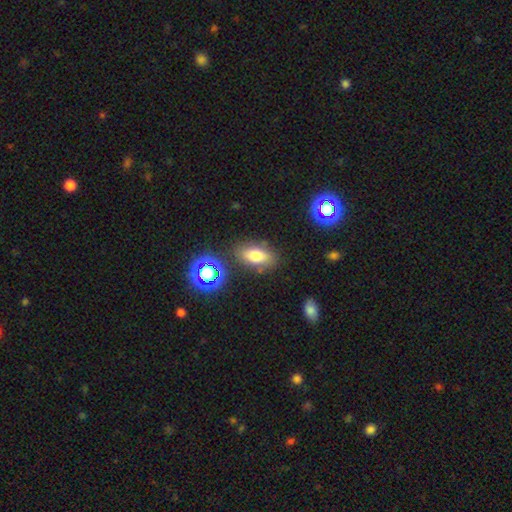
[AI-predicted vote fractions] Morphology: type=smooth (68%); roundness=in between (83%); merging=none (80%).